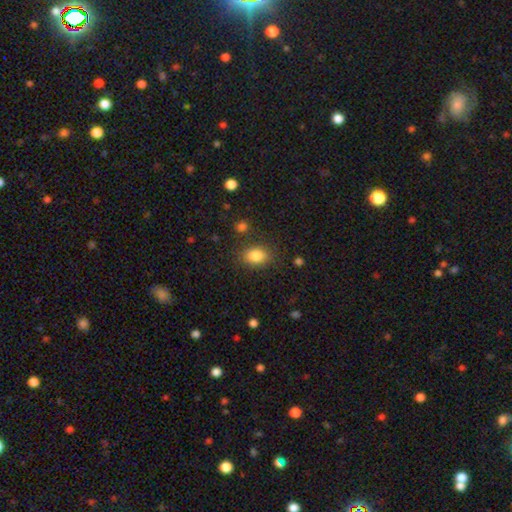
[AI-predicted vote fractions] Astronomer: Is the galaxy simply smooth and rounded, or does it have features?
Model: smooth — 85%.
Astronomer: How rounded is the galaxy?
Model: in between — 72%.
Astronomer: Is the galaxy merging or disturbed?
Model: none — 81%.